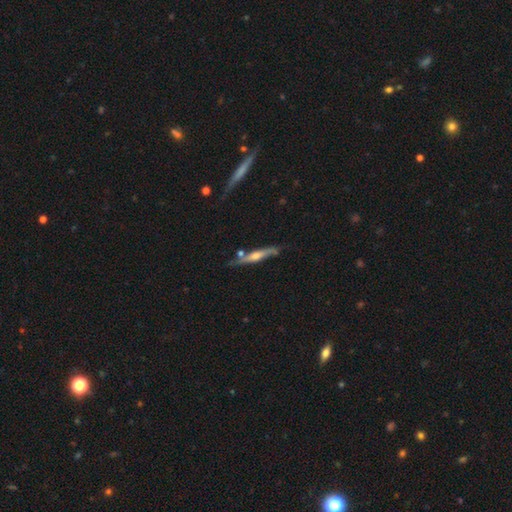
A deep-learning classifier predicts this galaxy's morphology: Smooth or featured? Predicted: featured or disk (p=0.66). Edge-on disk? Predicted: yes (p=0.89). Edge-on bulge? Predicted: rounded (p=0.78). Merging? Predicted: none (p=0.69).